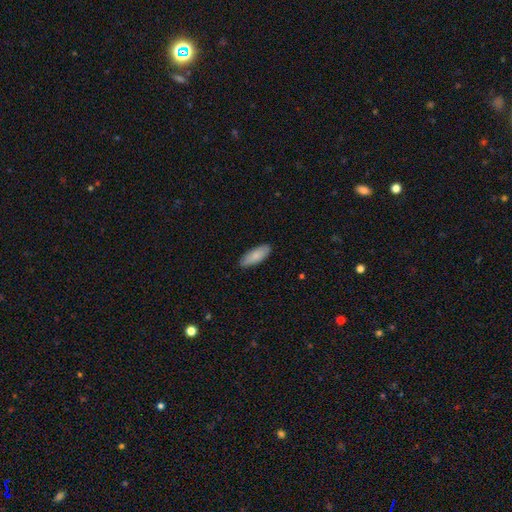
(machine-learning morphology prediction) Smooth or featured? Predicted: smooth (p=0.84). How rounded? Predicted: in between (p=0.73). Merging? Predicted: none (p=0.87).